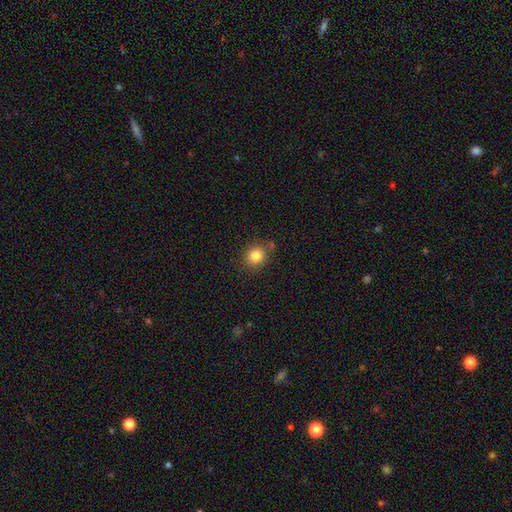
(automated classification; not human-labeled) smooth-or-featured: smooth: 82% | star or artifact: 11% | featured or disk: 6%
  how-rounded: round: 84% | in between: 15% | cigar-shaped: 1%
  merging: none: 81% | minor disturbance: 11% | merger: 6% | major disturbance: 3%